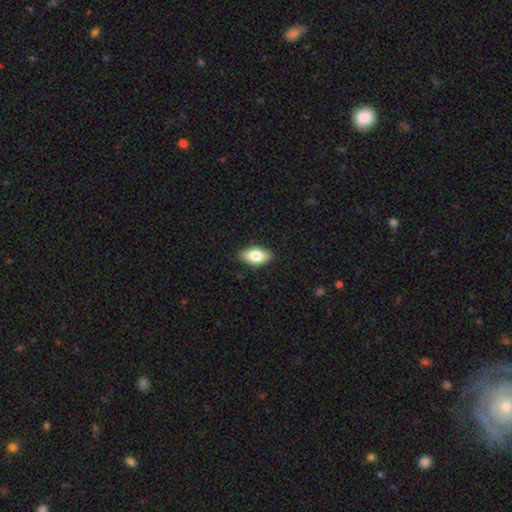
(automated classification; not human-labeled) smooth_or_featured: smooth (p=0.78) [alt: featured or disk p=0.15]
how_rounded: in between (p=0.91) [alt: round p=0.05]
merging: none (p=0.87) [alt: minor disturbance p=0.10]